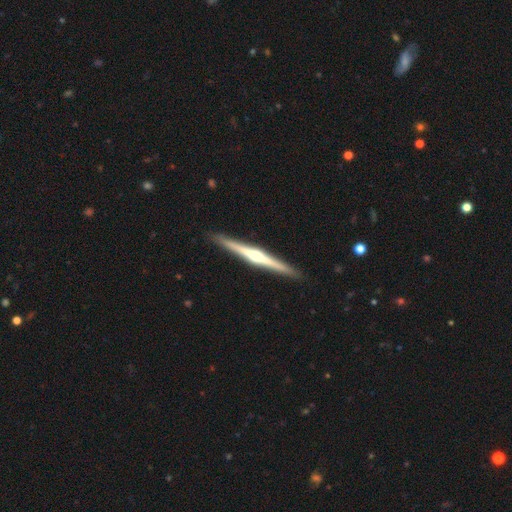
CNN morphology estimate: smooth_or_featured: featured or disk (p=0.81) [alt: smooth p=0.15]
disk_edge_on: yes (p=0.99) [alt: no p=0.01]
edge_on_bulge: rounded (p=0.86) [alt: none p=0.07]
merging: none (p=0.92) [alt: minor disturbance p=0.06]